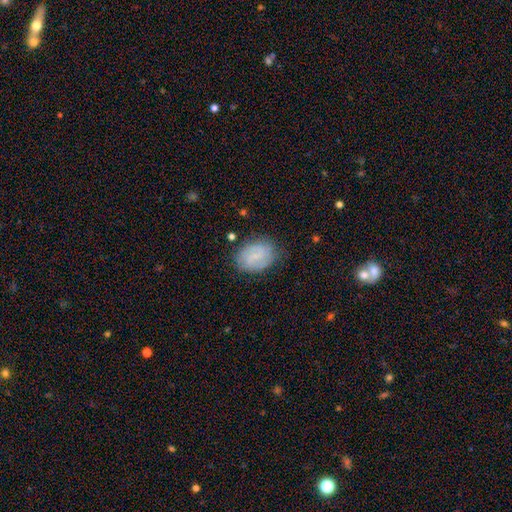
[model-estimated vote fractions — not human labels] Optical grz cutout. It shows a featured or disk galaxy (54%) with a weak bar (53%), spiral arms (85%) and a small central bulge (56%). Merging: none (78%).